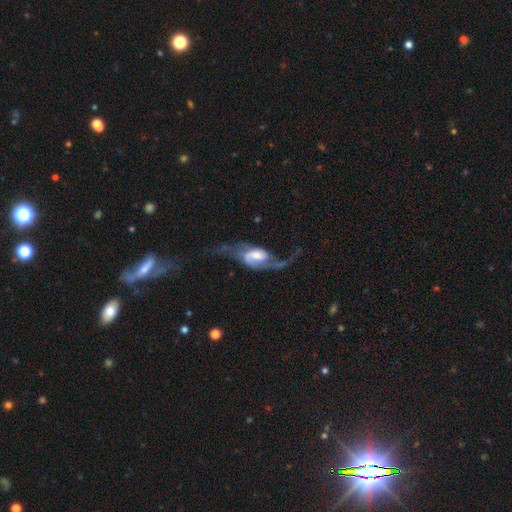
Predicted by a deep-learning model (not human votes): This appears to be a featured or disk galaxy (82%) with a weak bar (45%), 2 (85%) loose (78%) spiral arms (93%) and a moderate central bulge (33%). Merging: none (42%).